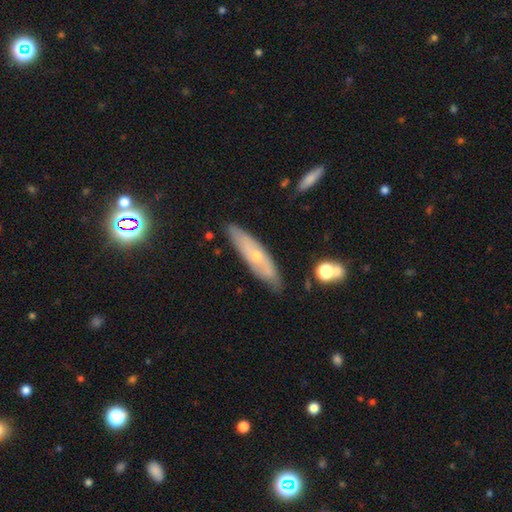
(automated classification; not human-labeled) Overall: featured or disk (52%; smooth 41%). Edge-on disk: no (50%, tied with yes). Merging: none (80%).